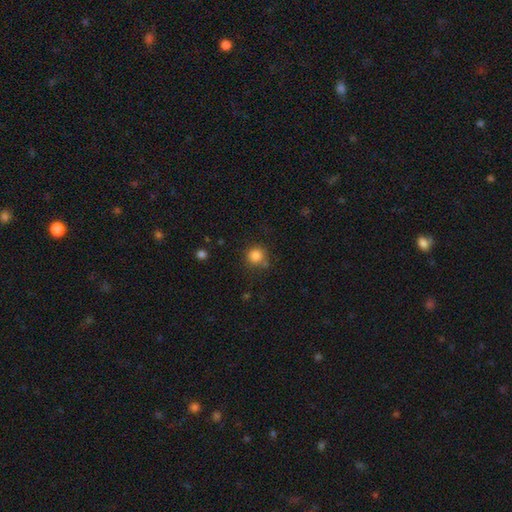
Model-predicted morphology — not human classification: type=smooth (84%); roundness=round (92%); merging=none (78%).